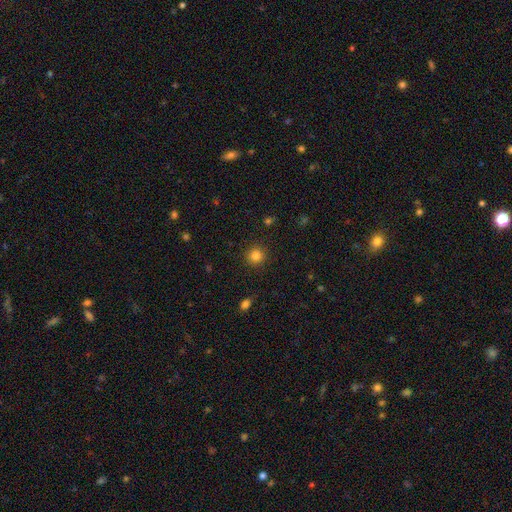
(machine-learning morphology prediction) A smooth galaxy with no disk features (83%) that is round (93%).

Vote fractions:
- Smooth or featured? smooth: 83% / star or artifact: 12% / featured or disk: 5%
- How rounded? round: 93% / in between: 6% / cigar-shaped: 1%
- Merging? none: 91% / minor disturbance: 6% / major disturbance: 2% / merger: 1%